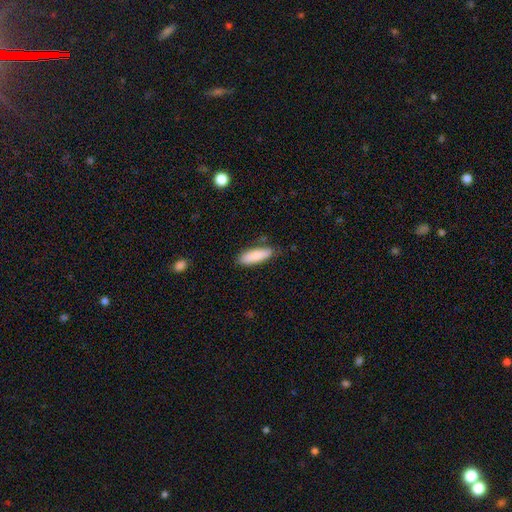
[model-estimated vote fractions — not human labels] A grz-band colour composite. It shows a smooth galaxy with no disk features (85%) that is in between round and cigar-shaped (53%). Merging: none (80%).